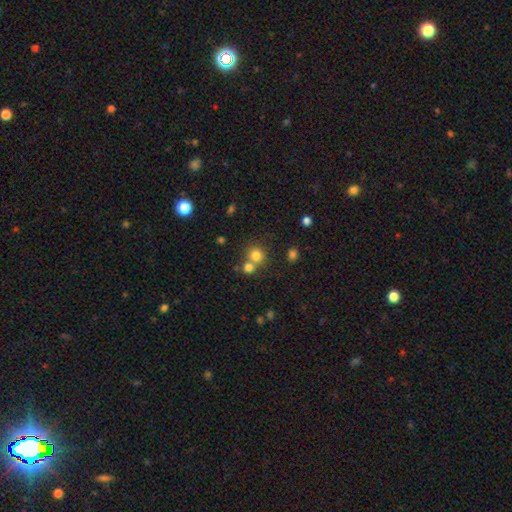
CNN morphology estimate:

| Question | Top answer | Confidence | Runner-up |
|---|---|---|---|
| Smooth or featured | smooth | 77% | star or artifact (15%) |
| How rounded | round | 86% | in between (14%) |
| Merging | none | 54% | merger (37%) |